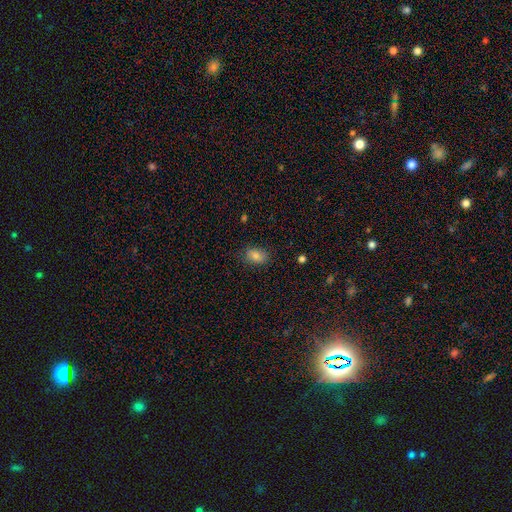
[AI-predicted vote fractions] Overall: smooth (79%). How rounded: in between (83%). Merging: none (81%).